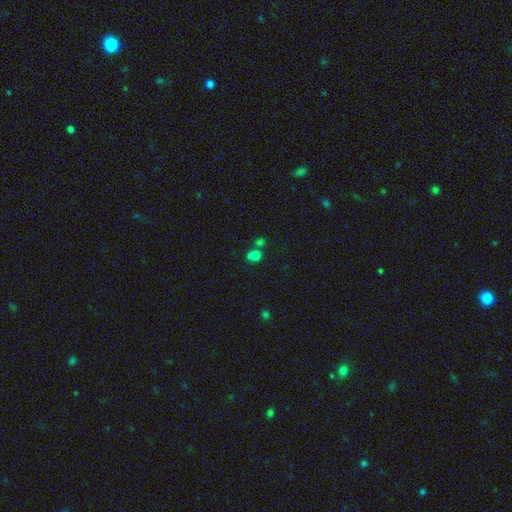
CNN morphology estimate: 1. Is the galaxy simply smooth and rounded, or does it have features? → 72% smooth, 20% star or artifact, 8% featured or disk.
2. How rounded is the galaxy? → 60% in between, 38% round, 2% cigar-shaped.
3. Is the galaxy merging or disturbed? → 43% none, 39% merger, 12% minor disturbance, 6% major disturbance.